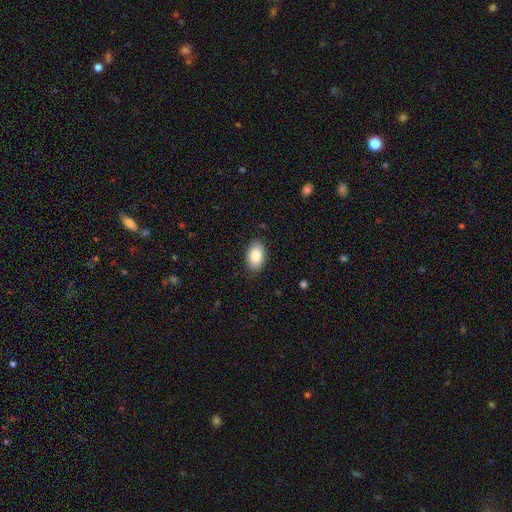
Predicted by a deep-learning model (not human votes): Q: Smooth or featured?
A: smooth (86%); runner-up: featured or disk (7%)
Q: How rounded?
A: in between (93%); runner-up: round (6%)
Q: Merging?
A: none (86%); runner-up: minor disturbance (11%)